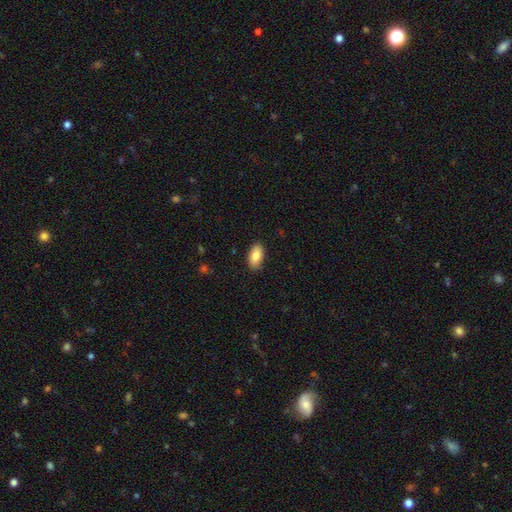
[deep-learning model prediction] Smooth or featured? Predicted: smooth (p=0.83). How rounded? Predicted: in between (p=0.93). Merging? Predicted: none (p=0.86).